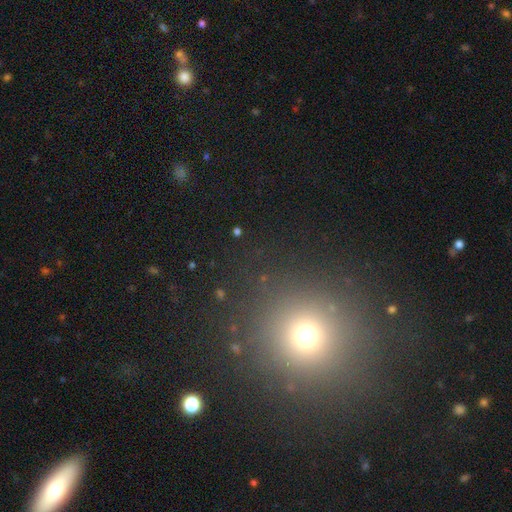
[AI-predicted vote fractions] This is possibly a smooth galaxy (56%). How rounded: clearly round (91%). Merging: clearly none (89%).